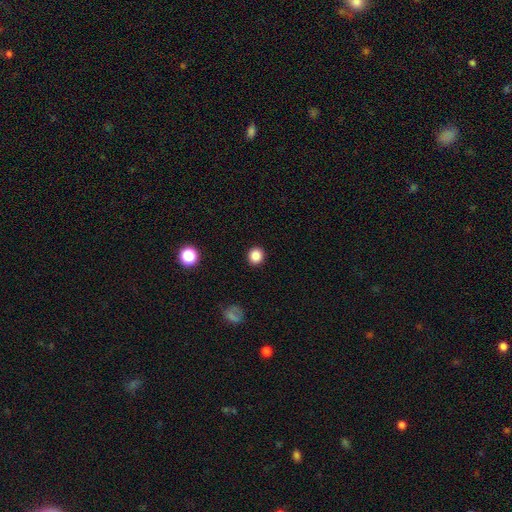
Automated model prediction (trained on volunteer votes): The model was most divided on "how rounded": round: 86%, in between: 13%, cigar-shaped: 1%. More confident: merging — none (92%); smooth or featured — smooth (87%).